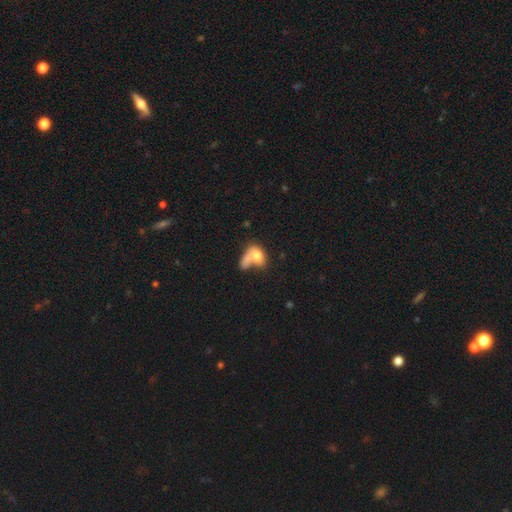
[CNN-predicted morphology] The model was most divided on "merging": merger: 56%, none: 19%, major disturbance: 14%, minor disturbance: 11%. More confident: how rounded — in between (77%); smooth or featured — smooth (73%).